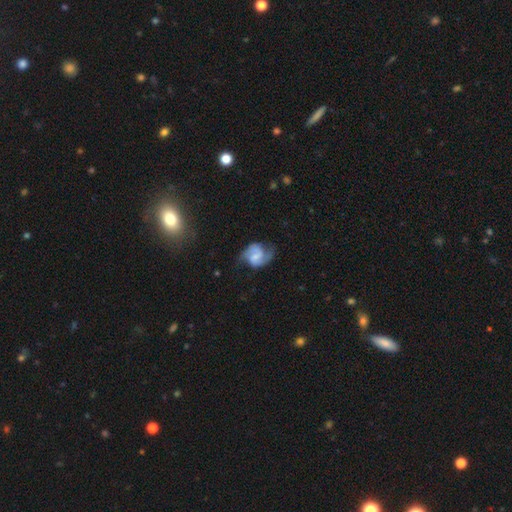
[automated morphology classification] Smooth or featured: featured or disk — 81% (smooth — 12%)
Edge-on disk: no — 98% (yes — 2%)
Bar: weak — 50% (no — 35%)
Spiral arms: yes — 96% (no — 4%)
Spiral winding: medium — 51% (loose — 28%)
Spiral arm count: 2 — 90% (can't tell — 4%)
Bulge size: small — 38% (none — 28%)
Merging: none — 67% (minor disturbance — 21%)